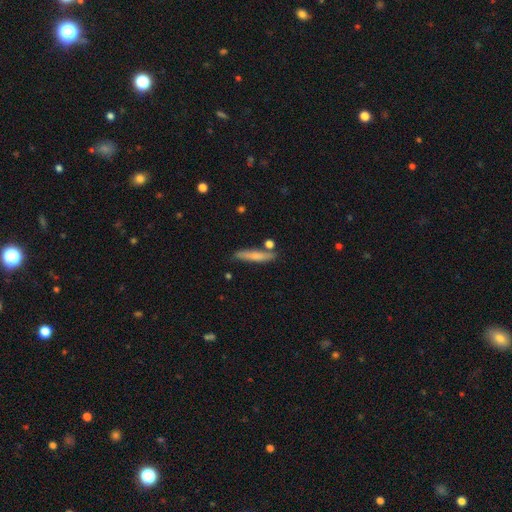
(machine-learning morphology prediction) Overall: smooth (67%). How rounded: cigar-shaped (87%). Merging: none (78%).